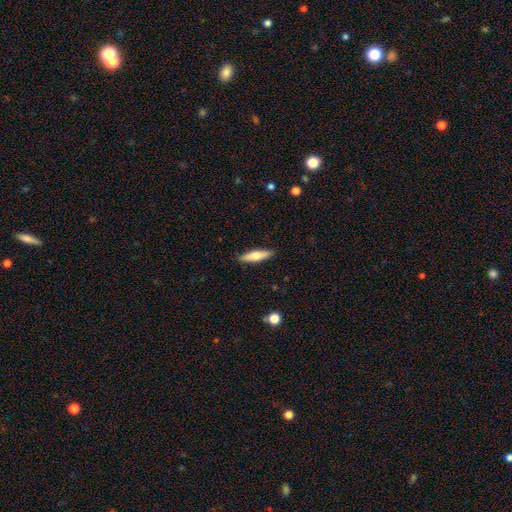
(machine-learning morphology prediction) Smooth or featured? smooth (62%)
How rounded? cigar-shaped (67%)
Merging? none (89%)